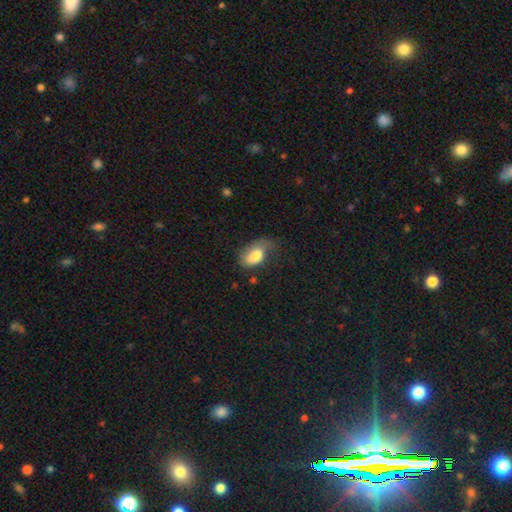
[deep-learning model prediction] smooth 78%, featured or disk 15%, star or artifact 7%. Down the decision tree: how rounded — in between (90%); merging — minor disturbance (34%, tied with none).